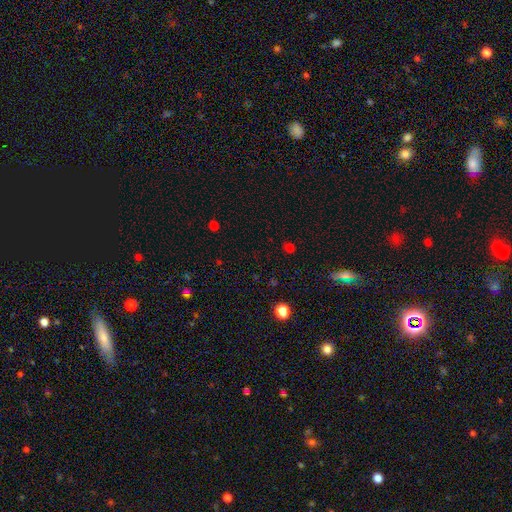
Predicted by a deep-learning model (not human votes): Q: Smooth or featured?
A: star or artifact (57%); runner-up: smooth (36%)